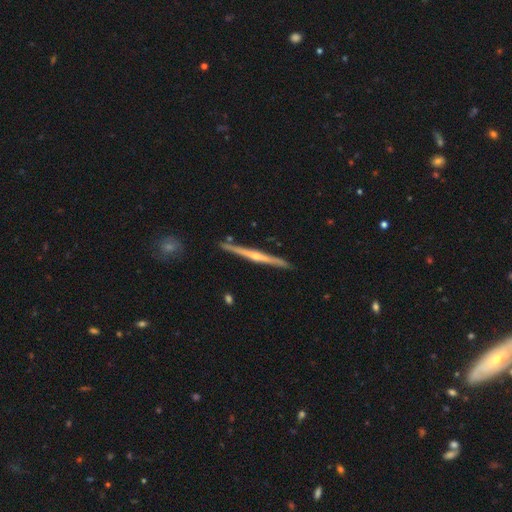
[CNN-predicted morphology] The model was most divided on "edge-on bulge": rounded: 73%, none: 20%, boxy: 7%. More confident: edge-on disk — yes (98%); merging — none (88%); smooth or featured — featured or disk (80%).